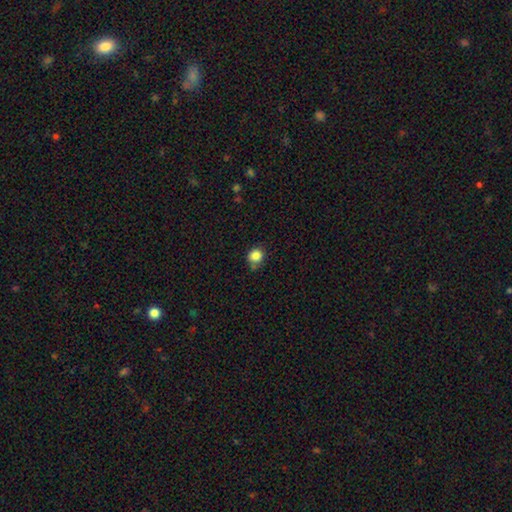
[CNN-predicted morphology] smooth-or-featured: smooth: 85% | star or artifact: 11% | featured or disk: 5%
  how-rounded: round: 82% | in between: 17% | cigar-shaped: 1%
  merging: none: 69% | minor disturbance: 20% | merger: 6% | major disturbance: 4%